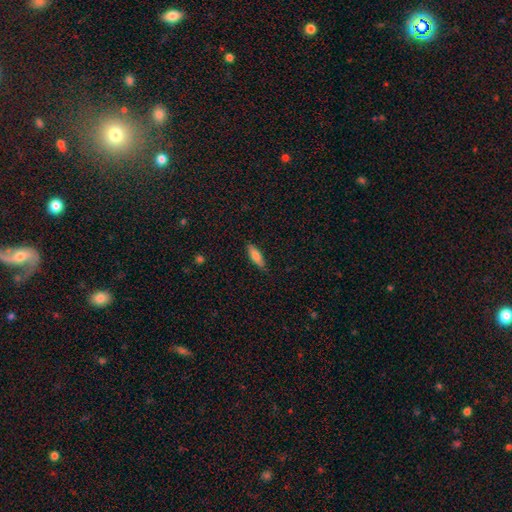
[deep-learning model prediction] Morphology: type=smooth (78%); roundness=in between (53%); merging=none (83%).